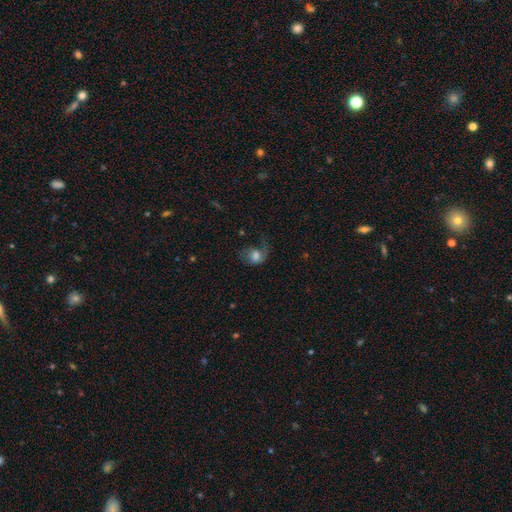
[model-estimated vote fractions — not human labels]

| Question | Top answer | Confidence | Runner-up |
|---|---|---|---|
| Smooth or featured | smooth | 58% | featured or disk (32%) |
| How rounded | in between | 51% | round (48%) |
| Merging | major disturbance | 40% | none (34%) |